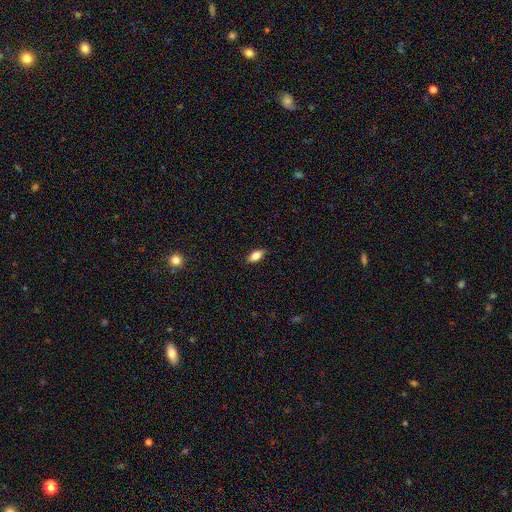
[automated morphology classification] Smooth or featured? Predicted: smooth (p=0.82). How rounded? Predicted: in between (p=0.88). Merging? Predicted: none (p=0.86).